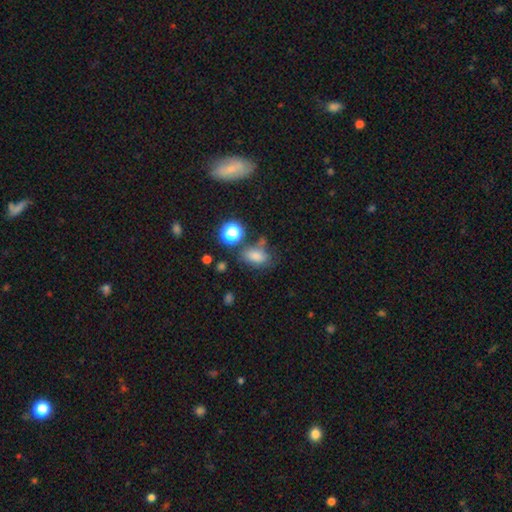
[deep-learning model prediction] Smooth or featured? smooth (77%)
How rounded? in between (82%)
Merging? none (56%)